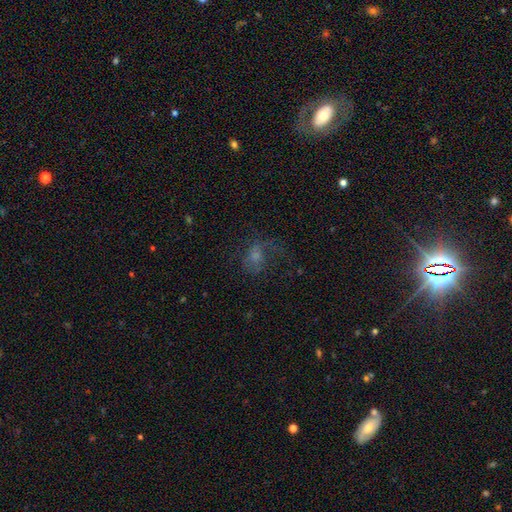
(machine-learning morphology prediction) A featured or disk galaxy (48%).

Vote fractions:
- Smooth or featured? featured or disk: 48% / smooth: 34% / star or artifact: 18%
- Merging? none: 39% (tied) / major disturbance: 39% (tied) / minor disturbance: 19% / merger: 2%